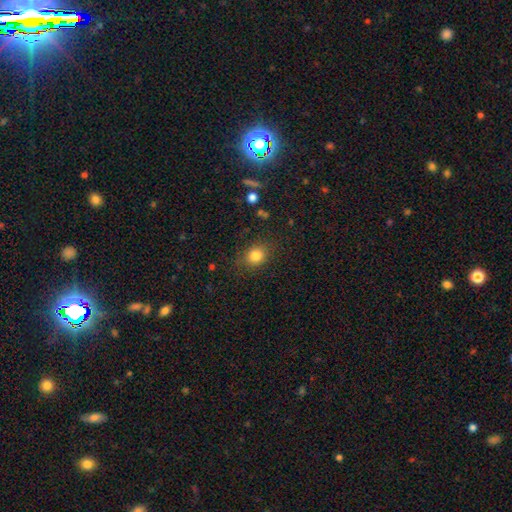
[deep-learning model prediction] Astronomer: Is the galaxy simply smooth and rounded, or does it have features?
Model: smooth — 82%.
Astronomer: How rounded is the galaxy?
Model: round — 62%.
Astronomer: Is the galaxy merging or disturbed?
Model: none — 82%.